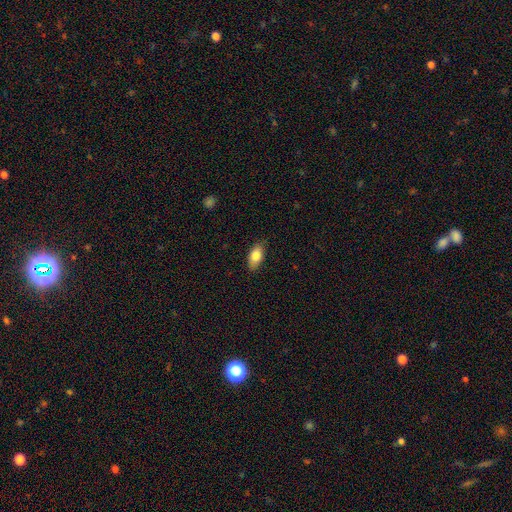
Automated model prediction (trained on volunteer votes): The model was most divided on "smooth or featured": smooth: 82%, featured or disk: 11%, star or artifact: 7%. More confident: how rounded — in between (90%); merging — none (84%).